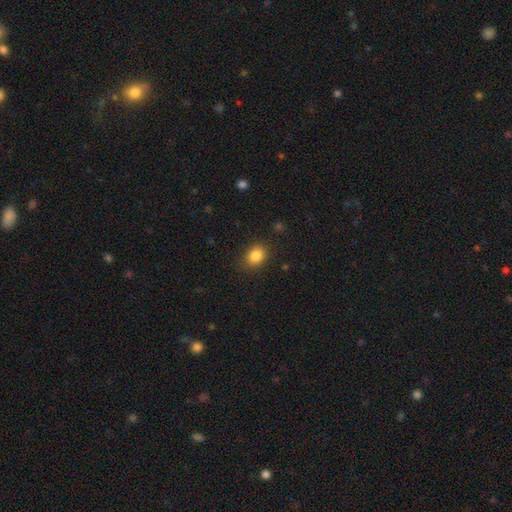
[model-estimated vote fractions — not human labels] smooth-or-featured: smooth: 85% | star or artifact: 10% | featured or disk: 5%
  how-rounded: in between: 51% | round: 48% | cigar-shaped: 1%
  merging: none: 84% | minor disturbance: 12% | major disturbance: 3% | merger: 1%